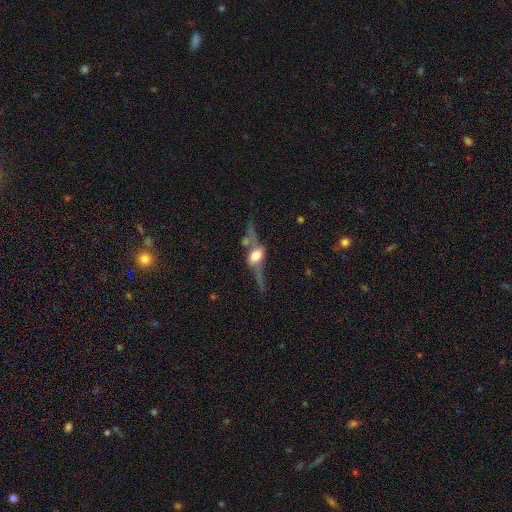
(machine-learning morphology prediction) type=featured or disk (76%); edge-on=yes (80%); edge-on bulge=rounded (91%); merging=none (57%).